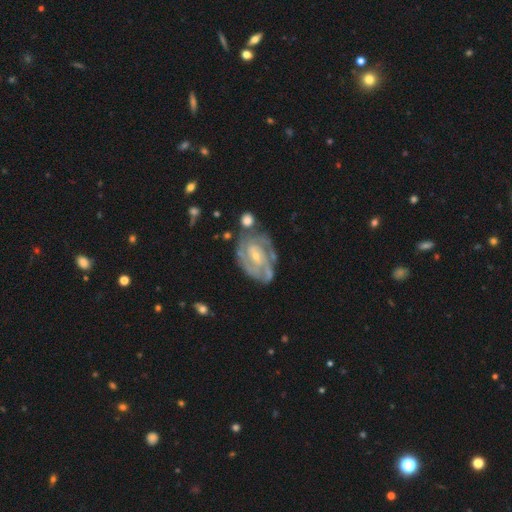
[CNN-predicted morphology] smooth_or_featured: featured or disk (p=0.84) [alt: smooth p=0.09]
disk_edge_on: no (p=0.96) [alt: yes p=0.04]
bar: no (p=0.47) [alt: weak p=0.39]
has_spiral_arms: yes (p=0.93) [alt: no p=0.07]
spiral_winding: tight (p=0.62) [alt: medium p=0.31]
spiral_arm_count: 2 (p=0.33) [alt: can't tell p=0.28]
bulge_size: small (p=0.68) [alt: moderate p=0.27]
merging: none (p=0.62) [alt: minor disturbance p=0.20]